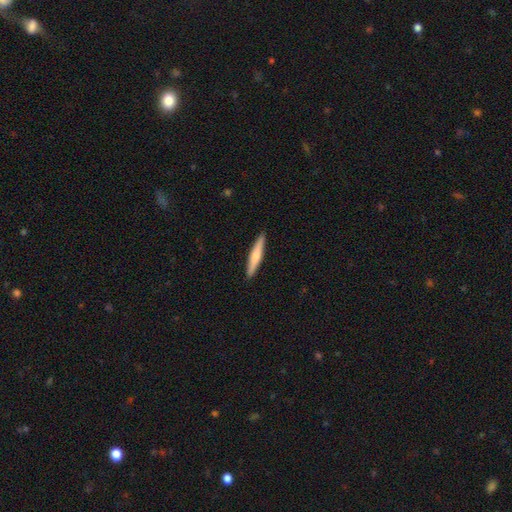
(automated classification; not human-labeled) Smooth or featured?
  - smooth: 62% *
  - featured or disk: 33%
  - star or artifact: 5%
How rounded?
  - cigar-shaped: 92% *
  - in between: 6%
  - round: 1%
Merging?
  - none: 91% *
  - minor disturbance: 6%
  - major disturbance: 1%
  - merger: 1%